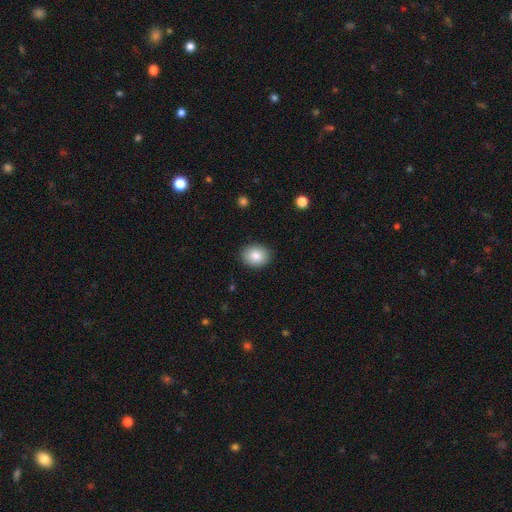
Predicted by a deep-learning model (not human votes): Smooth or featured?
  - smooth: 85% *
  - star or artifact: 8%
  - featured or disk: 7%
How rounded?
  - round: 51% *
  - in between: 49%
  - cigar-shaped: 1%
Merging?
  - none: 88% *
  - minor disturbance: 9%
  - major disturbance: 2%
  - merger: 1%